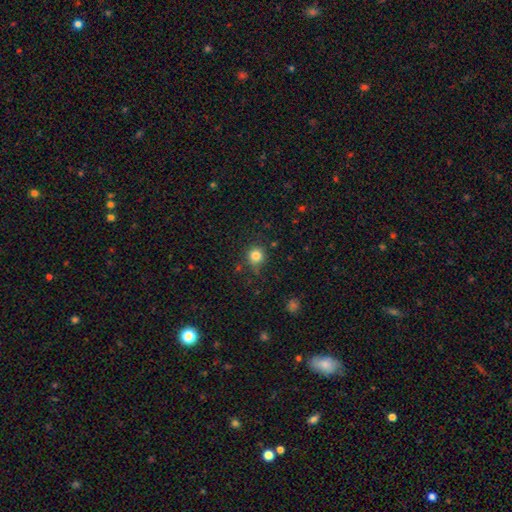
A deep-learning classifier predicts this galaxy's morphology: This is clearly a smooth galaxy (82%). How rounded: clearly round (89%). Merging: likely none (77%).